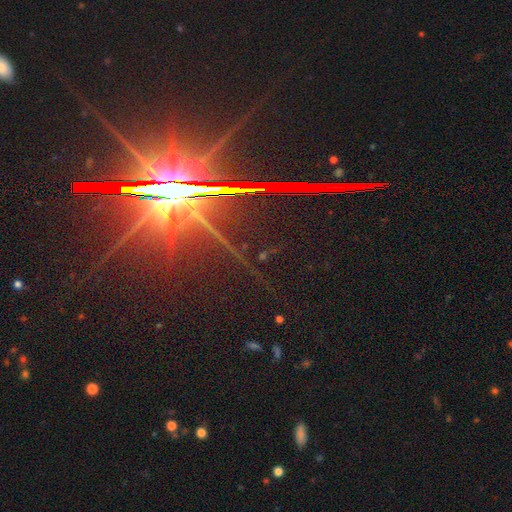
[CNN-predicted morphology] This appears to be a star or artifact, not a galaxy (75%).